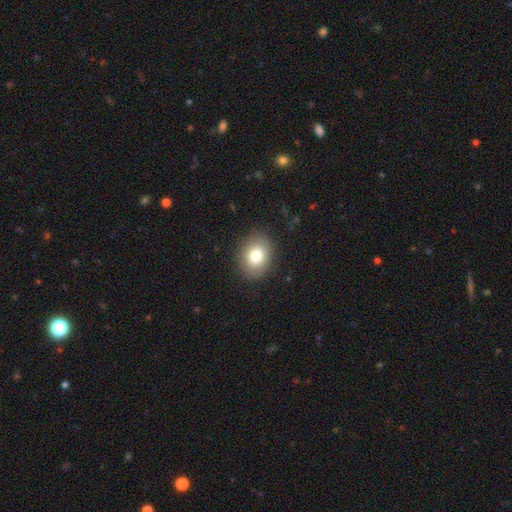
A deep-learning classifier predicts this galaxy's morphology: Smooth or featured?
  - smooth: 80% *
  - featured or disk: 11%
  - star or artifact: 9%
How rounded?
  - in between: 56% *
  - round: 43%
  - cigar-shaped: 1%
Merging?
  - none: 87% *
  - minor disturbance: 9%
  - major disturbance: 3%
  - merger: 1%